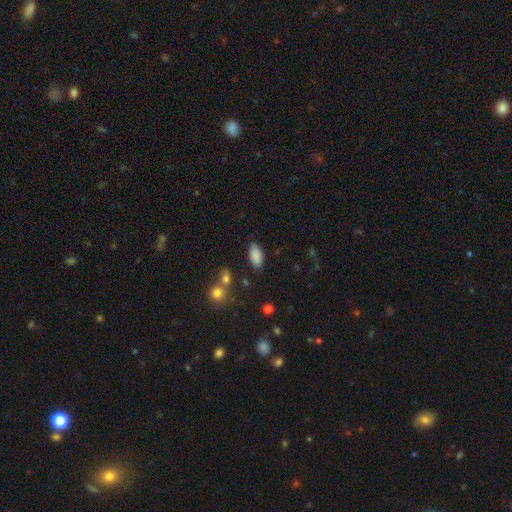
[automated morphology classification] Smooth or featured: smooth — 87% (star or artifact — 8%)
How rounded: in between — 93% (cigar-shaped — 4%)
Merging: none — 81% (minor disturbance — 13%)